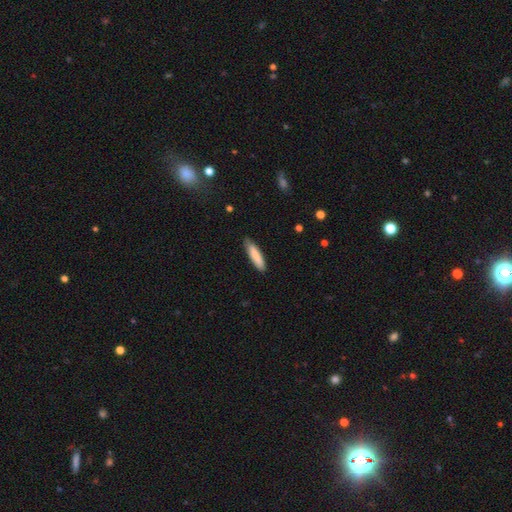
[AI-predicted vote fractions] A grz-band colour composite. It shows a smooth galaxy with no disk features (85%) that is cigar-shaped (78%). Merging: none (83%).